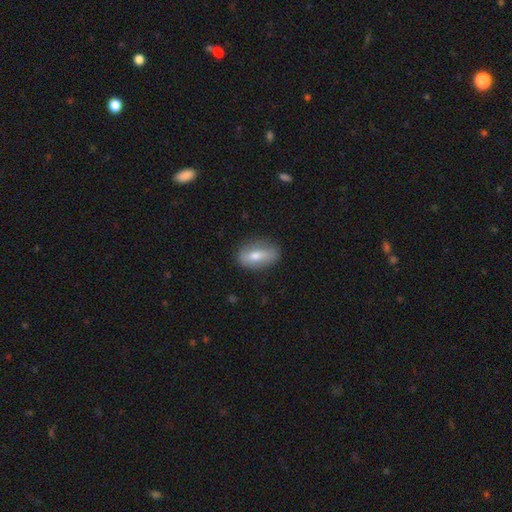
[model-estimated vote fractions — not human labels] This appears to be a smooth galaxy with no disk features (61%) that is in between round and cigar-shaped (84%). Merging: none (81%).